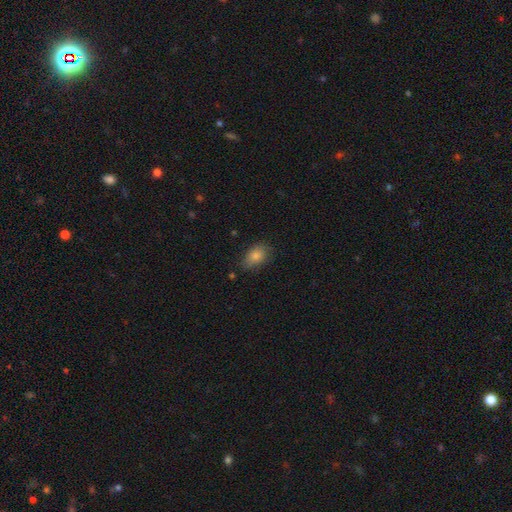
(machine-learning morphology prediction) Smooth or featured?
  - smooth: 79% *
  - featured or disk: 11%
  - star or artifact: 10%
How rounded?
  - in between: 83% *
  - round: 14%
  - cigar-shaped: 2%
Merging?
  - none: 73% *
  - minor disturbance: 21%
  - major disturbance: 4%
  - merger: 2%